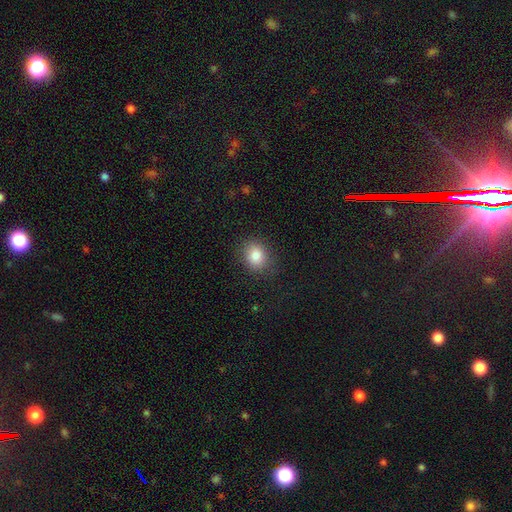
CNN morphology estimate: This appears to be a smooth galaxy with no disk features (83%) that is round (56%). Merging: none (85%).